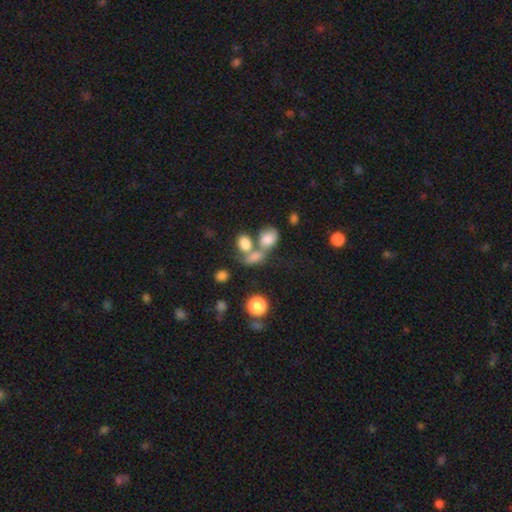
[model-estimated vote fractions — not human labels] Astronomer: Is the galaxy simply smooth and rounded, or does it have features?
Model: smooth — 64%.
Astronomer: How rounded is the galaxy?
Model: in between — 50% (runner-up: round, 45%).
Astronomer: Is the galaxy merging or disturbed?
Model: merger — 49% (runner-up: none, 33%).